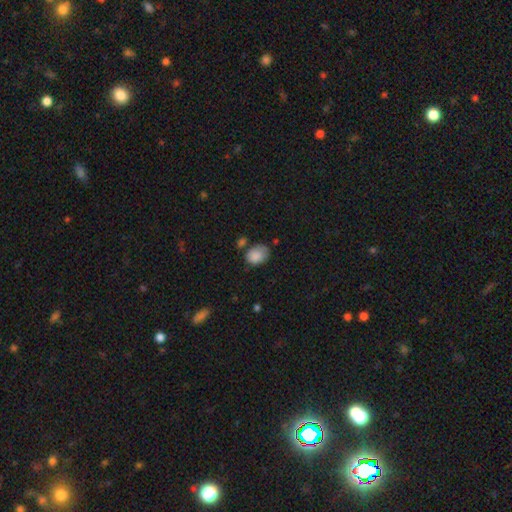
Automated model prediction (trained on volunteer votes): Smooth or featured? Predicted: smooth (p=0.86). How rounded? Predicted: in between (p=0.73). Merging? Predicted: none (p=0.54).